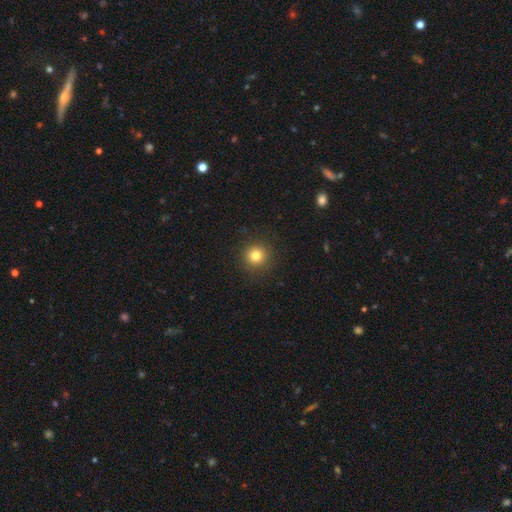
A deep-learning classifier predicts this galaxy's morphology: Overall: smooth (81%). How rounded: round (94%). Merging: none (91%).